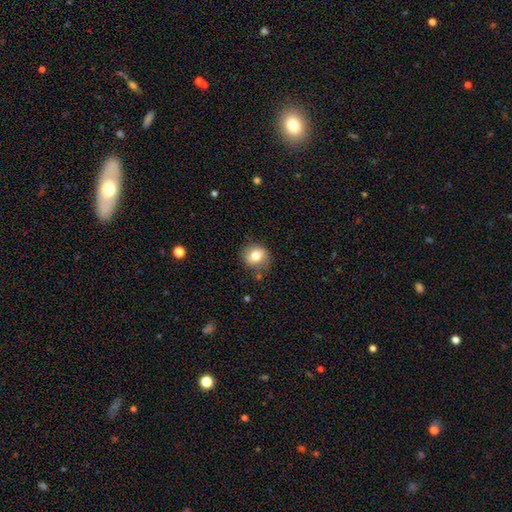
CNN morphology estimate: Smooth or featured?
  - smooth: 76% *
  - featured or disk: 15%
  - star or artifact: 9%
How rounded?
  - round: 79% *
  - in between: 20%
  - cigar-shaped: 1%
Merging?
  - none: 76% *
  - minor disturbance: 16%
  - major disturbance: 4%
  - merger: 3%